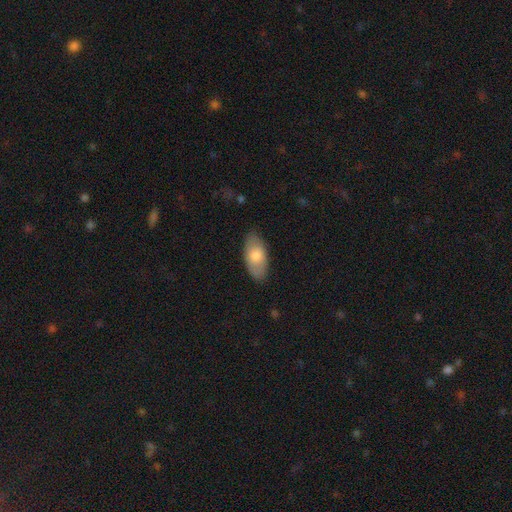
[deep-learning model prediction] Smooth or featured? Predicted: smooth (p=0.74). How rounded? Predicted: in between (p=0.93). Merging? Predicted: none (p=0.83).